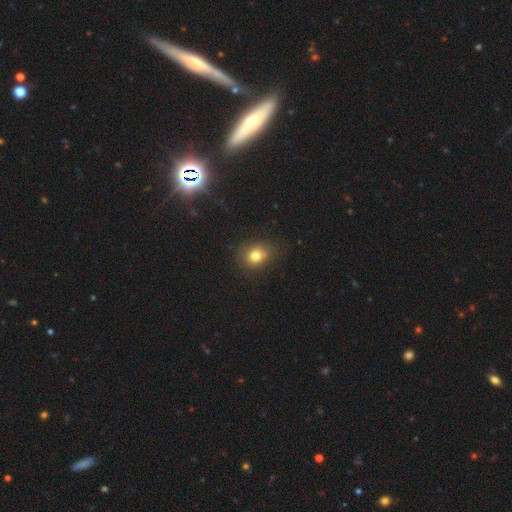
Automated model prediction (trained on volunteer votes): Overall: smooth (78%). How rounded: round (61%; in between 38%). Merging: none (72%).